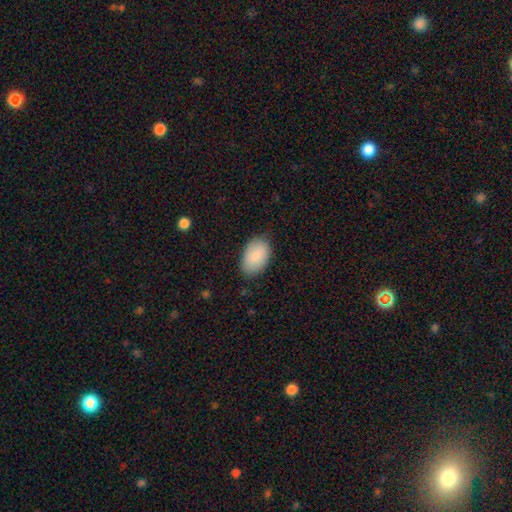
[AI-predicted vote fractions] Morphology: type=smooth (87%); roundness=in between (92%); merging=none (81%).